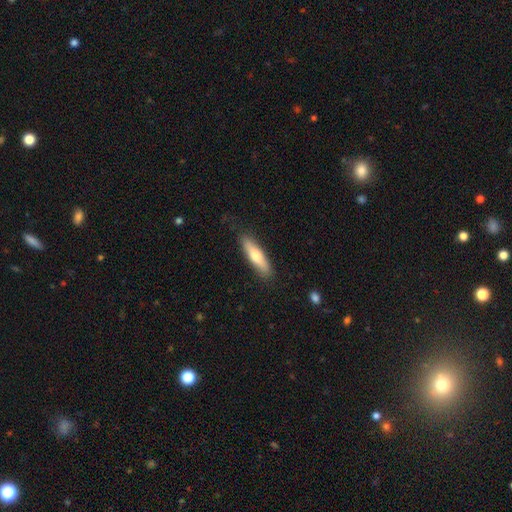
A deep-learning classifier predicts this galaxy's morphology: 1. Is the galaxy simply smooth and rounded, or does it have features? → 65% smooth, 30% featured or disk, 6% star or artifact.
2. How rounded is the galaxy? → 73% cigar-shaped, 25% in between, 2% round.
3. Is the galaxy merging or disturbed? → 84% none, 13% minor disturbance, 3% major disturbance, 1% merger.